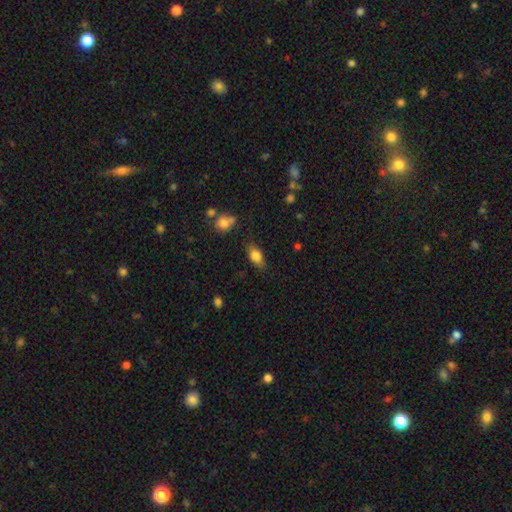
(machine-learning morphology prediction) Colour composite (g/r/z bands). It shows a smooth galaxy with no disk features (76%) that is in between round and cigar-shaped (82%). Merging: none (76%).